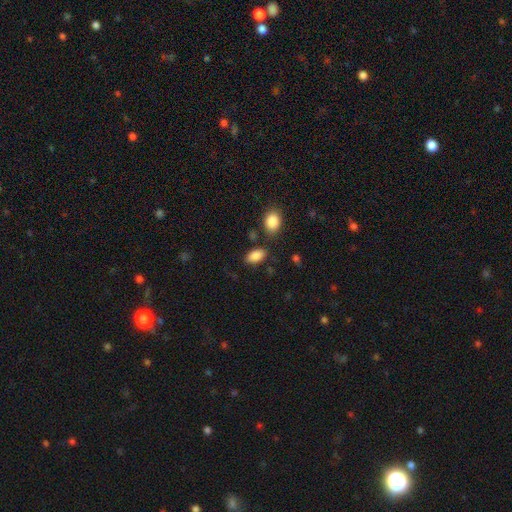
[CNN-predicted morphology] This is clearly a smooth galaxy (87%). How rounded: clearly in between (92%). Merging: likely none (78%).